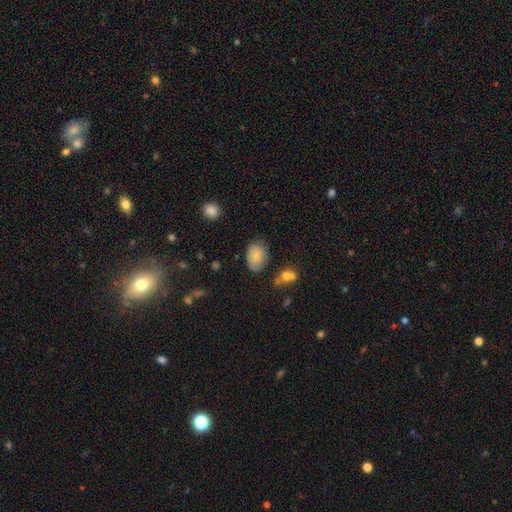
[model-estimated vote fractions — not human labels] Q: Smooth or featured?
A: smooth (77%); runner-up: featured or disk (15%)
Q: How rounded?
A: in between (80%); runner-up: round (19%)
Q: Merging?
A: none (65%); runner-up: minor disturbance (26%)